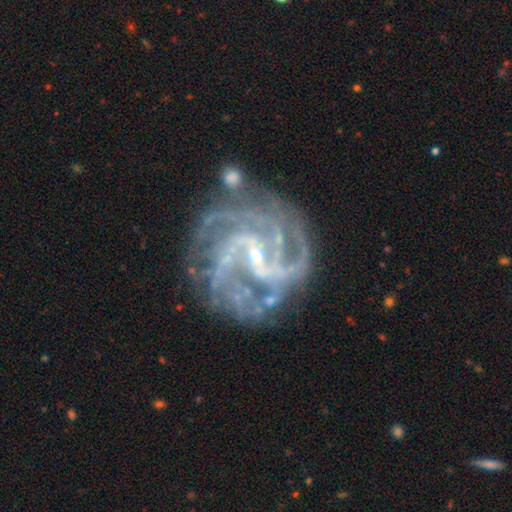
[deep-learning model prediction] Smooth or featured: featured or disk — 92% (star or artifact — 6%)
Edge-on disk: no — 98% (yes — 2%)
Bar: weak — 43% (strong — 30%)
Spiral arms: yes — 98% (no — 2%)
Spiral winding: tight — 48% (medium — 45%)
Spiral arm count: 3 — 26% (4 — 25%)
Bulge size: small — 83% (moderate — 12%)
Merging: none — 71% (minor disturbance — 16%)